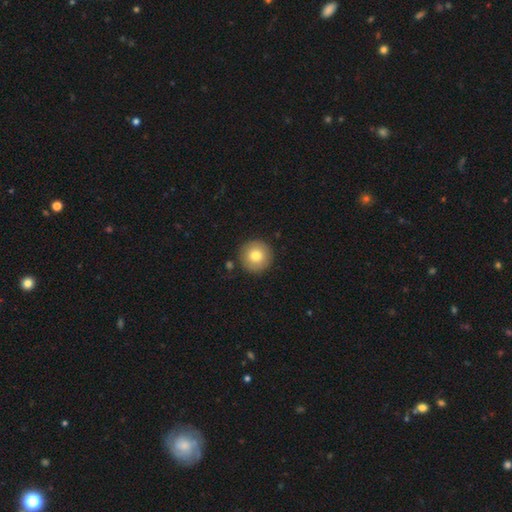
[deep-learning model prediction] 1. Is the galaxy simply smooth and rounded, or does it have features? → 78% smooth, 13% featured or disk, 9% star or artifact.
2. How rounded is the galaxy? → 96% round, 3% in between, 1% cigar-shaped.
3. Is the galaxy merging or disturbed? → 89% none, 6% minor disturbance, 2% merger, 2% major disturbance.